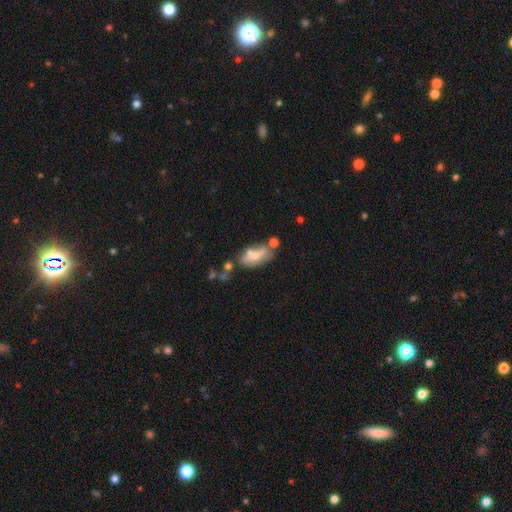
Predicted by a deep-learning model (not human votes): This appears to be a smooth galaxy with no disk features (55%) that is in between round and cigar-shaped (84%). Merging: none (46%).